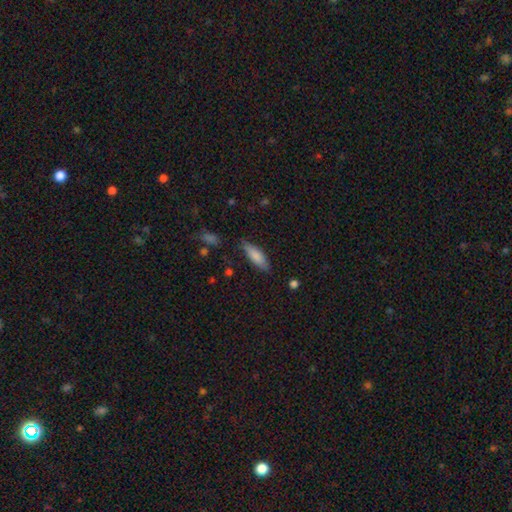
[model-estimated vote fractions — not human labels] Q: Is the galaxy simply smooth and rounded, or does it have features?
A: smooth — 81%.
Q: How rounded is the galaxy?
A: in between — 55%.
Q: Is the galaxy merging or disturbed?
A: none — 76%.